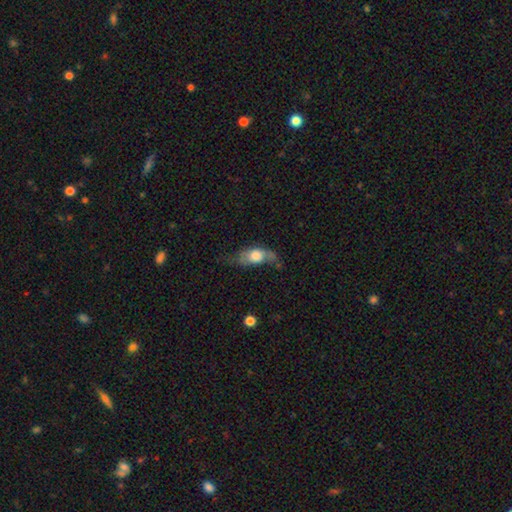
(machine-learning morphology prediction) smooth_or_featured: smooth (p=0.60) [alt: featured or disk p=0.32]
how_rounded: in between (p=0.74) [alt: cigar-shaped p=0.14]
merging: none (p=0.38) [alt: minor disturbance p=0.34]